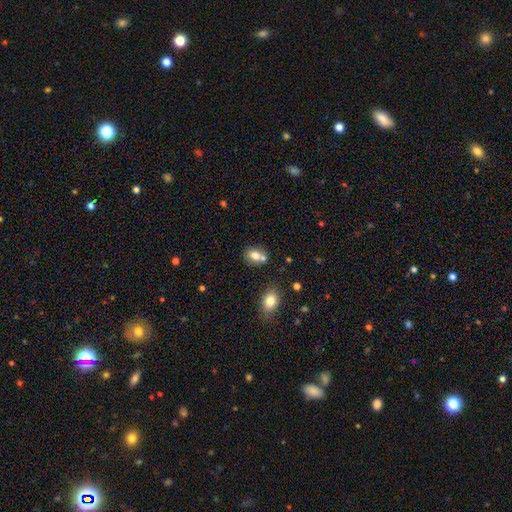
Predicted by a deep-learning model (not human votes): Smooth or featured?
  - smooth: 77% *
  - featured or disk: 13%
  - star or artifact: 10%
How rounded?
  - in between: 53% *
  - round: 46%
  - cigar-shaped: 1%
Merging?
  - none: 51% *
  - merger: 32%
  - minor disturbance: 13%
  - major disturbance: 4%